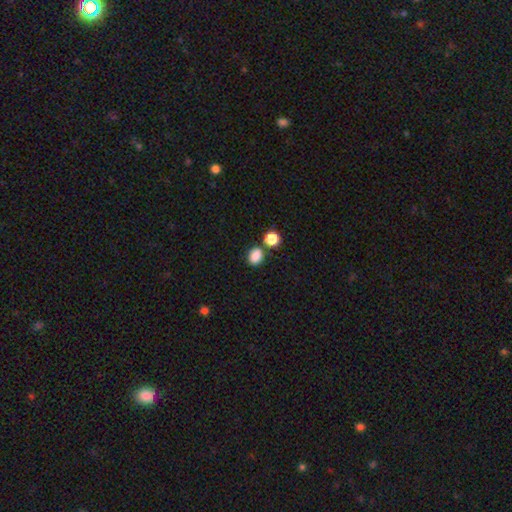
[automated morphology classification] Overall: smooth (85%). How rounded: in between (60%; round 38%). Merging: none (69%).